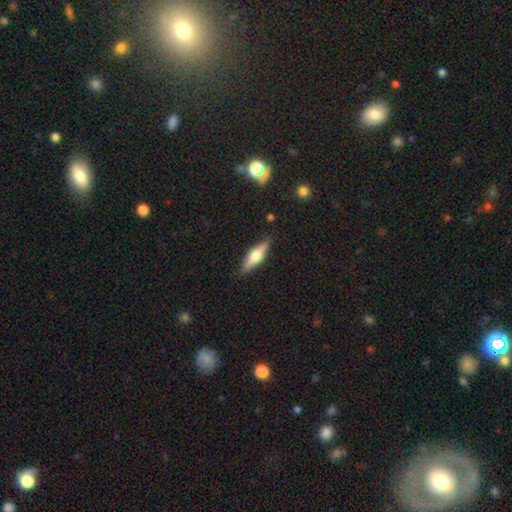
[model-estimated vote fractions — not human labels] This is possibly a featured or disk galaxy (47%). Merging: clearly none (86%).